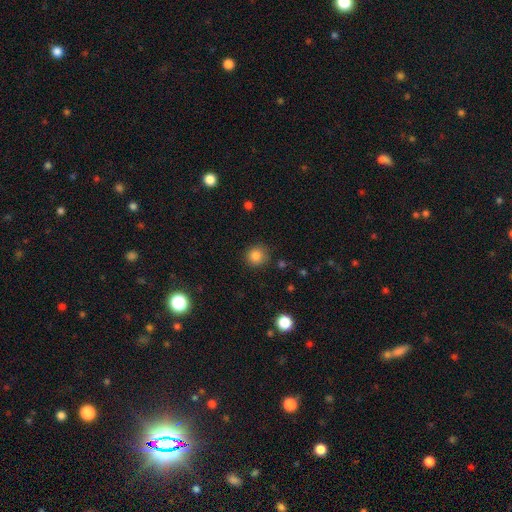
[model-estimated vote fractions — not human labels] Smooth or featured?
  - smooth: 85% *
  - star or artifact: 11%
  - featured or disk: 4%
How rounded?
  - round: 92% *
  - in between: 7%
  - cigar-shaped: 1%
Merging?
  - none: 85% *
  - minor disturbance: 11%
  - major disturbance: 3%
  - merger: 2%